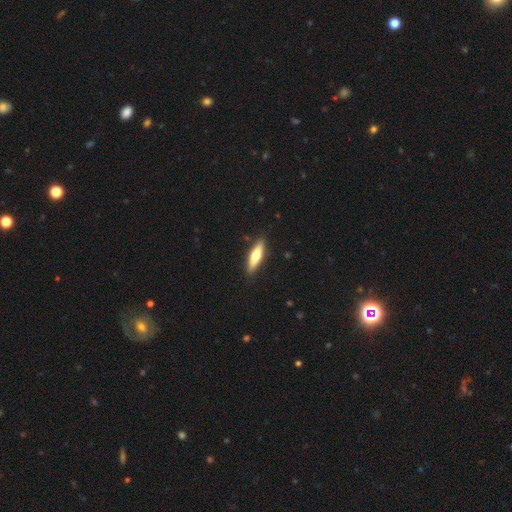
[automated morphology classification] Smooth or featured? smooth (63%)
How rounded? cigar-shaped (66%)
Merging? none (88%)